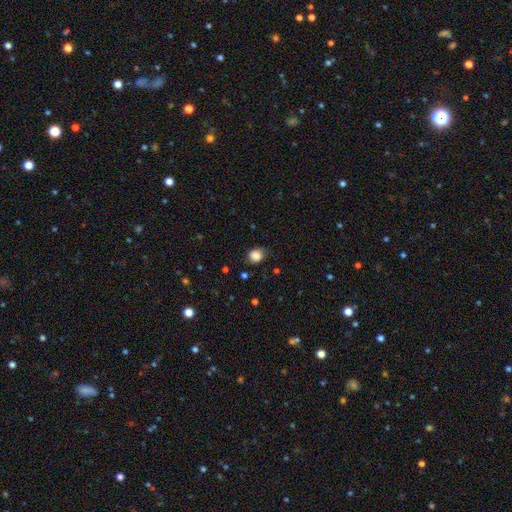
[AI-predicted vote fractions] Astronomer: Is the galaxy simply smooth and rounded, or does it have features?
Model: smooth — 85%.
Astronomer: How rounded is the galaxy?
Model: round — 69%.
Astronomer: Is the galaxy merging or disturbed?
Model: none — 78%.